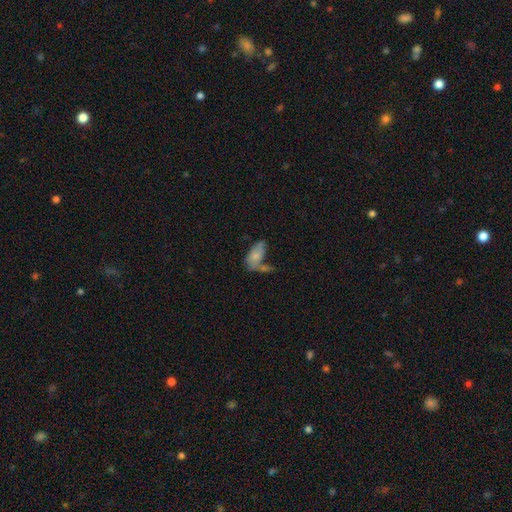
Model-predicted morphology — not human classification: smooth 74%, featured or disk 18%, star or artifact 8%. Down the decision tree: how rounded — in between (90%); merging — merger (35%).